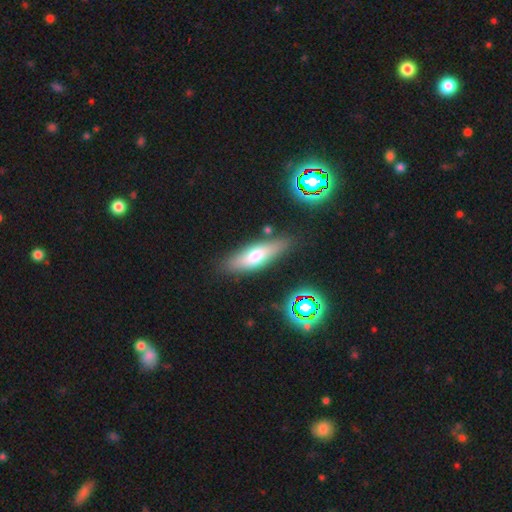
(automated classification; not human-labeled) smooth 63%, featured or disk 29%, star or artifact 8%. Down the decision tree: how rounded — in between (50%); merging — none (81%).